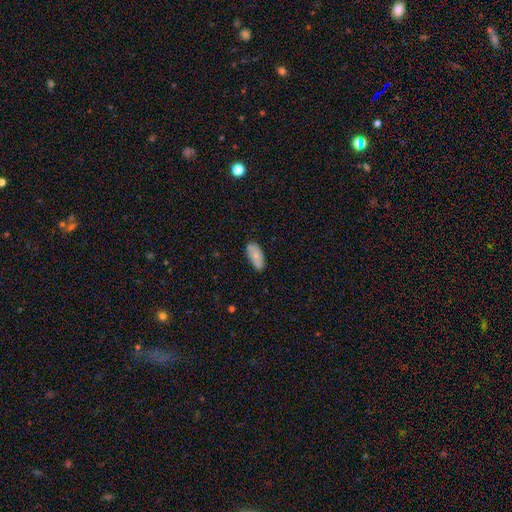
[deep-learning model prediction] A smooth galaxy with no disk features (72%) that is in between round and cigar-shaped (91%).

Vote fractions:
- Smooth or featured? smooth: 72% / featured or disk: 21% / star or artifact: 7%
- How rounded? in between: 91% / cigar-shaped: 6% / round: 3%
- Merging? none: 75% / minor disturbance: 20% / major disturbance: 3% / merger: 2%